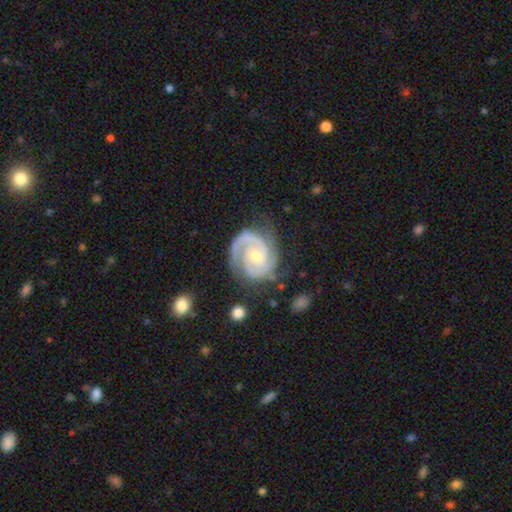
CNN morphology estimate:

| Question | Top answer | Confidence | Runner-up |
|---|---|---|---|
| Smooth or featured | featured or disk | 92% | smooth (4%) |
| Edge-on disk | no | 98% | yes (2%) |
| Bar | no | 60% | weak (31%) |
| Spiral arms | yes | 98% | no (2%) |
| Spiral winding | tight | 65% | medium (30%) |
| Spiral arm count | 2 | 69% | 3 (16%) |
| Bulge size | small | 48% | tied: moderate (48%) |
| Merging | none | 73% | minor disturbance (18%) |